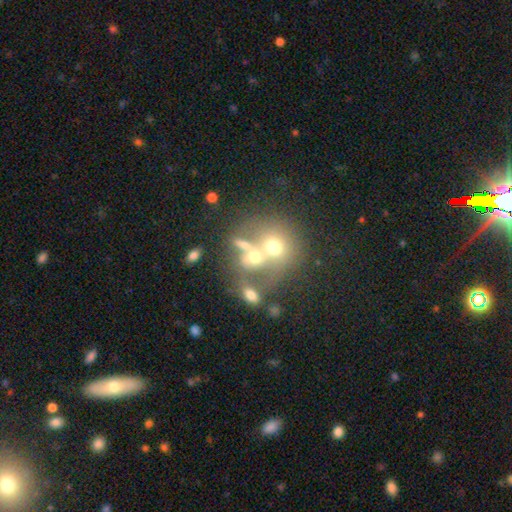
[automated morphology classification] Overall: smooth (52%; featured or disk 32%). How rounded: round (69%; in between 30%). Merging: merger (55%; none 28%).